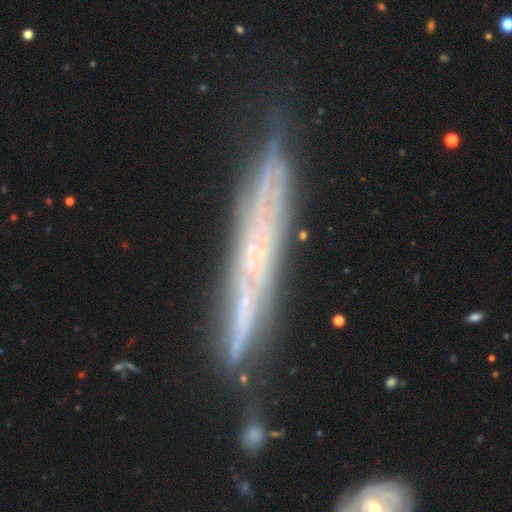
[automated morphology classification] Q: Smooth or featured?
A: featured or disk (68%); runner-up: smooth (22%)
Q: Edge-on disk?
A: yes (80%); runner-up: no (20%)
Q: Edge-on bulge?
A: none (78%); runner-up: rounded (16%)
Q: Merging?
A: none (69%); runner-up: minor disturbance (20%)